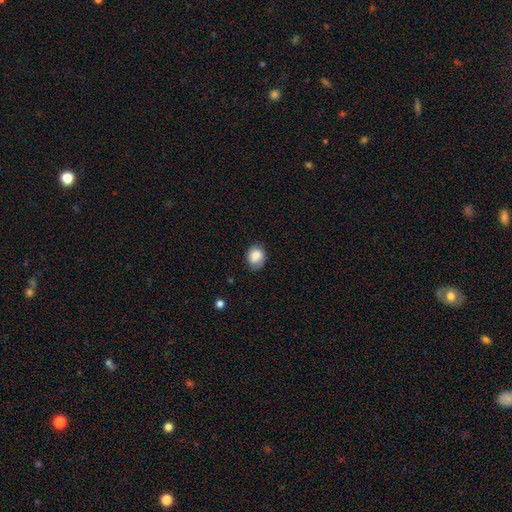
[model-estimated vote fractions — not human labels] Smooth or featured? Predicted: smooth (p=0.83). How rounded? Predicted: in between (p=0.55). Merging? Predicted: none (p=0.73).